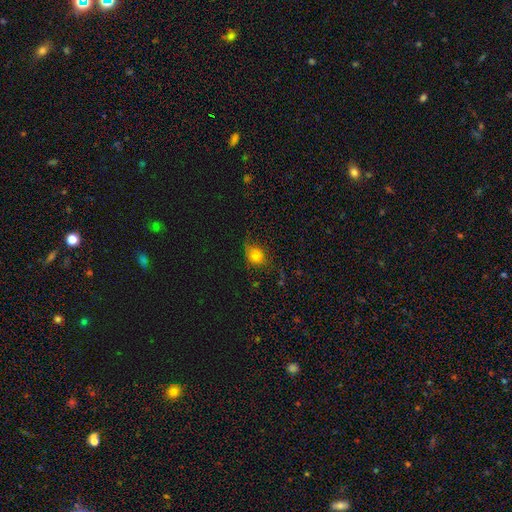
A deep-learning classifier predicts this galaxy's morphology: This is likely a smooth galaxy (77%). How rounded: likely round (60%). Merging: likely none (62%).